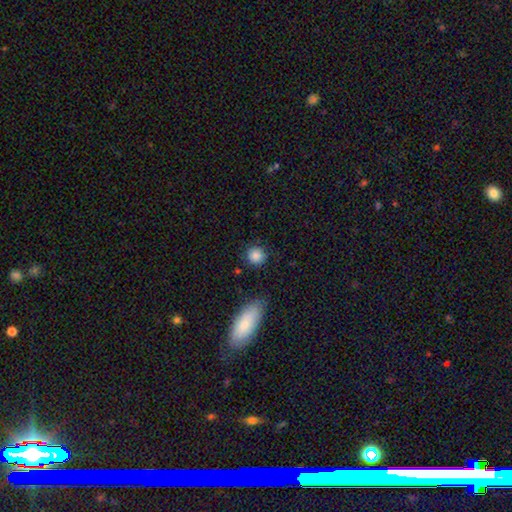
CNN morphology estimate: smooth 86%, star or artifact 9%, featured or disk 5%. Down the decision tree: how rounded — round (90%); merging — none (83%).